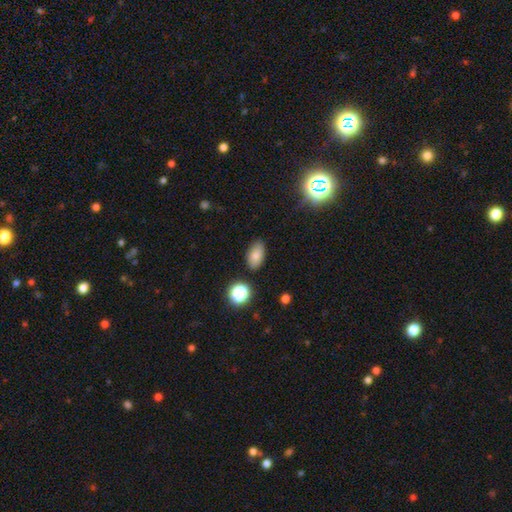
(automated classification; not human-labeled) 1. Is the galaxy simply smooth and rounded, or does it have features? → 79% smooth, 12% star or artifact, 10% featured or disk.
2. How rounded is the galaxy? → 90% in between, 7% round, 2% cigar-shaped.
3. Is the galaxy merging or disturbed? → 84% none, 11% minor disturbance, 3% major disturbance, 2% merger.